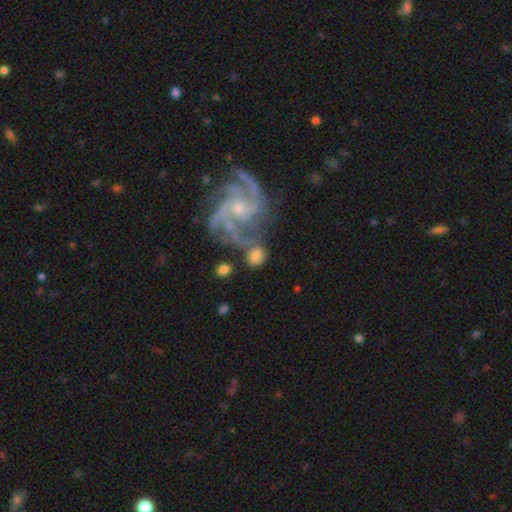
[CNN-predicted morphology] Overall: smooth (51%; featured or disk 39%). How rounded: round (55%; in between 44%). Merging: none (55%; merger 18%).